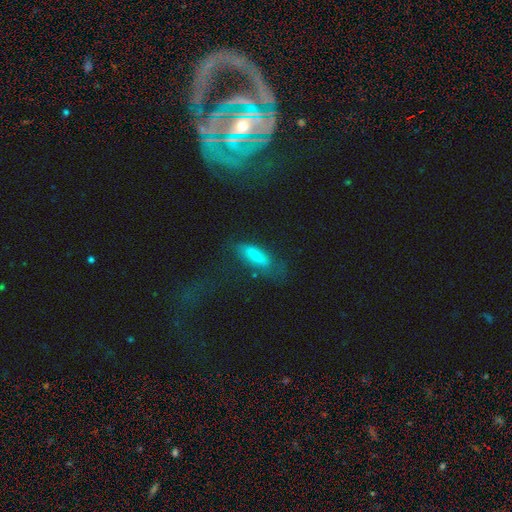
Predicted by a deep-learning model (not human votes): Smooth or featured?
  - smooth: 67% *
  - featured or disk: 24%
  - star or artifact: 9%
How rounded?
  - in between: 58% *
  - cigar-shaped: 39%
  - round: 3%
Merging?
  - none: 50% *
  - minor disturbance: 24%
  - major disturbance: 22%
  - merger: 4%